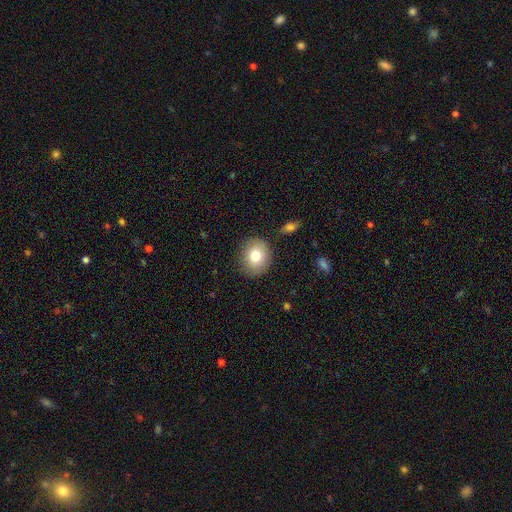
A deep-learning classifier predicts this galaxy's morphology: smooth-or-featured: smooth: 77% | featured or disk: 13% | star or artifact: 10%
  how-rounded: round: 73% | in between: 26% | cigar-shaped: 1%
  merging: none: 85% | minor disturbance: 10% | major disturbance: 3% | merger: 2%